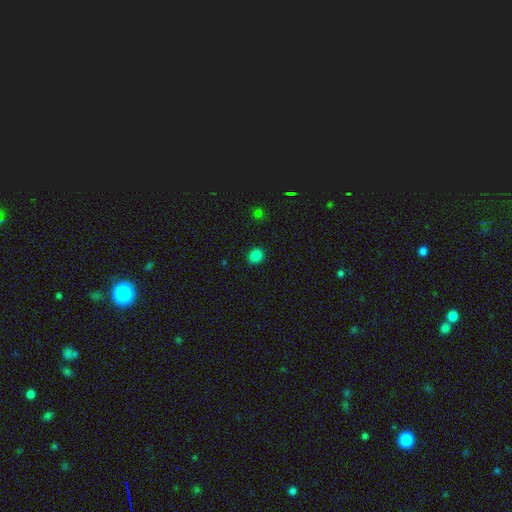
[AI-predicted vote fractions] smooth_or_featured: smooth (p=0.83) [alt: star or artifact p=0.13]
how_rounded: round (p=0.68) [alt: in between p=0.31]
merging: none (p=0.90) [alt: minor disturbance p=0.07]